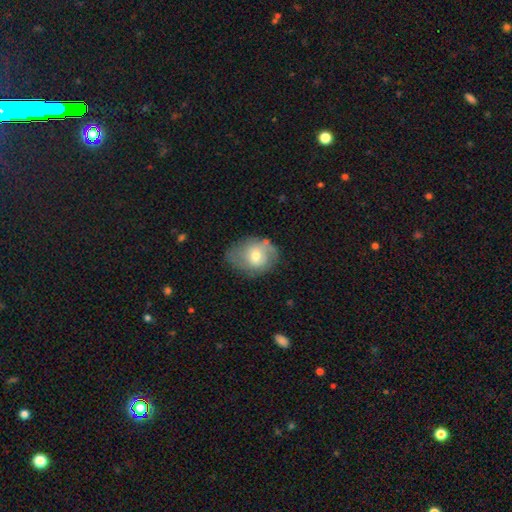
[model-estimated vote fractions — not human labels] Smooth or featured: smooth — 54% (featured or disk — 38%)
How rounded: in between — 62% (round — 37%)
Merging: none — 57% (minor disturbance — 29%)